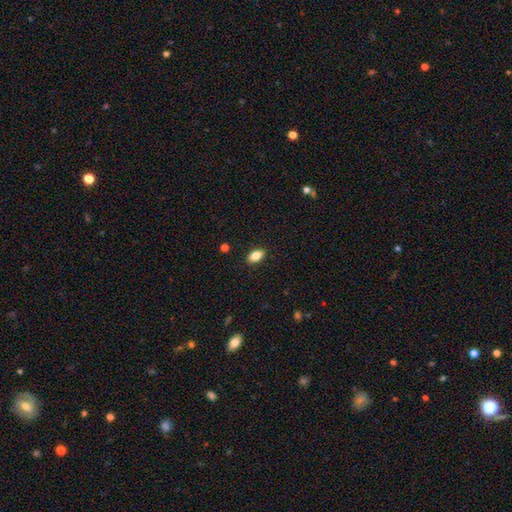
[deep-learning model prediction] Overall: smooth (82%). How rounded: in between (89%). Merging: none (89%).